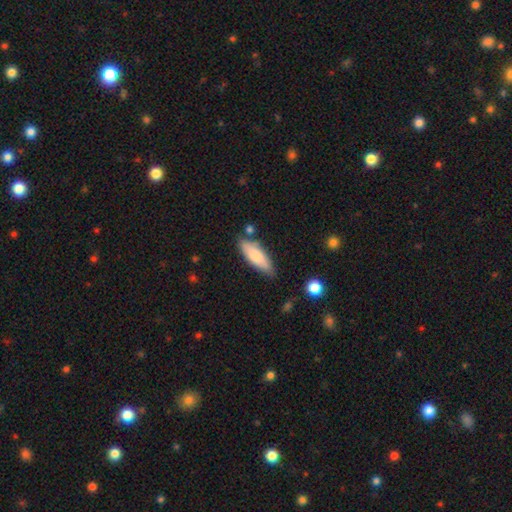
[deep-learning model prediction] Smooth or featured? smooth (77%)
How rounded? in between (58%)
Merging? none (74%)